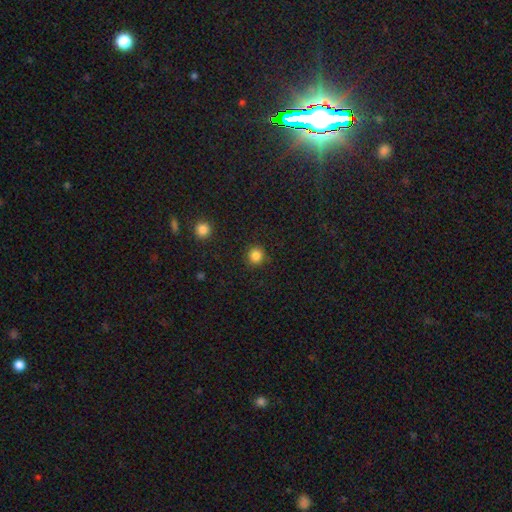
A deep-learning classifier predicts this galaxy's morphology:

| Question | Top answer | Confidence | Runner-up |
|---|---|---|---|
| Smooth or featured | smooth | 84% | star or artifact (11%) |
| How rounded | round | 93% | in between (6%) |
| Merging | none | 90% | minor disturbance (6%) |